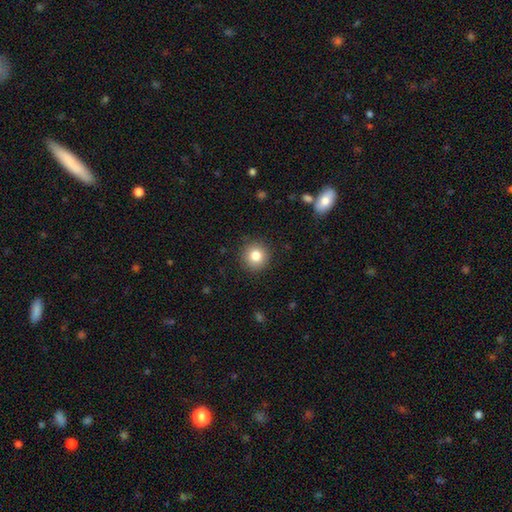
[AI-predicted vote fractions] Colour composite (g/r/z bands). It shows a smooth galaxy with no disk features (82%) that is round (94%). Merging: none (91%).